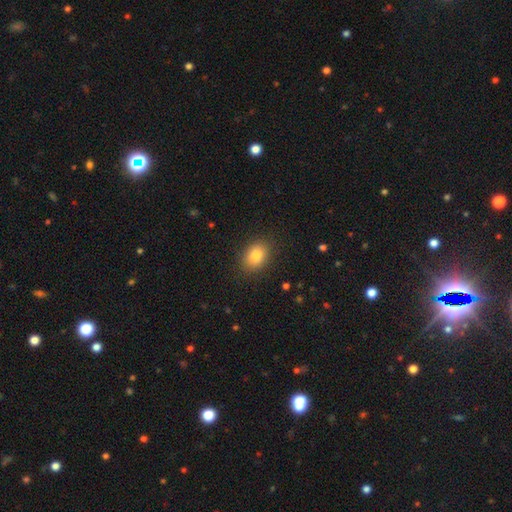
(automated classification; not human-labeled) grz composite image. It shows a smooth galaxy with no disk features (82%) that is in between round and cigar-shaped (66%). Merging: none (87%).